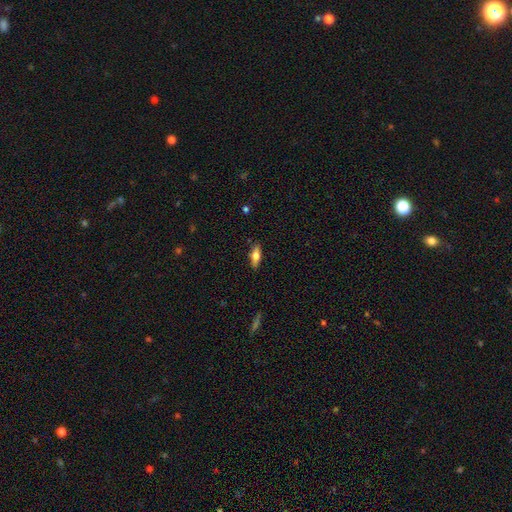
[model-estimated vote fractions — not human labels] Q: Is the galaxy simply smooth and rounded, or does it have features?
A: smooth — 64%.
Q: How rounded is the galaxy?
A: in between — 63%.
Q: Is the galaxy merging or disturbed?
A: none — 86%.